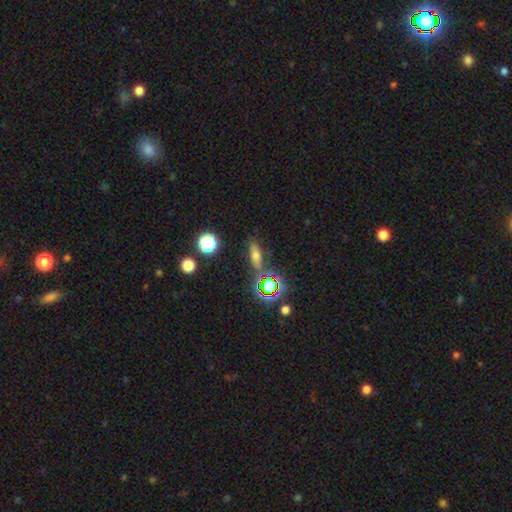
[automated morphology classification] Q: Smooth or featured?
A: smooth (53%); runner-up: star or artifact (26%)
Q: How rounded?
A: in between (50%); runner-up: cigar-shaped (38%)
Q: Merging?
A: none (75%); runner-up: minor disturbance (14%)